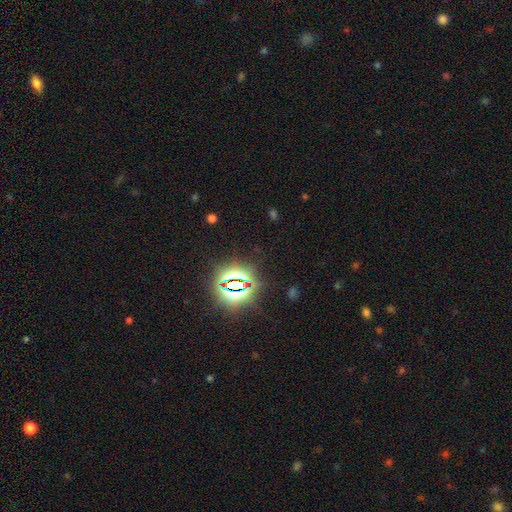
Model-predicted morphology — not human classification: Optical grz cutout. It shows a star or artifact, not a galaxy (79%).